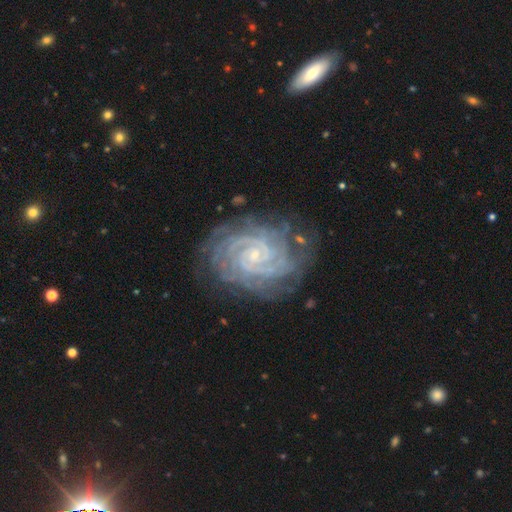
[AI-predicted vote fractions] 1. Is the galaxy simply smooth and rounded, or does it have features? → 91% featured or disk, 5% star or artifact, 3% smooth.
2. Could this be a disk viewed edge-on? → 98% no, 2% yes.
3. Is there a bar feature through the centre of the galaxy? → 64% no, 26% weak, 10% strong.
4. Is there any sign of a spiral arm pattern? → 99% yes, 1% no.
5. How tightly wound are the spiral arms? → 84% tight, 14% medium, 2% loose.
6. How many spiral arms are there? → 26% 2, 18% 4, 18% can't tell, 17% 3, 12% more than 4, 8% 1.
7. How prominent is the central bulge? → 84% small, 11% moderate, 3% none, 1% large, 1% dominant.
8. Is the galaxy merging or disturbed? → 78% none, 16% minor disturbance, 5% major disturbance, 2% merger.